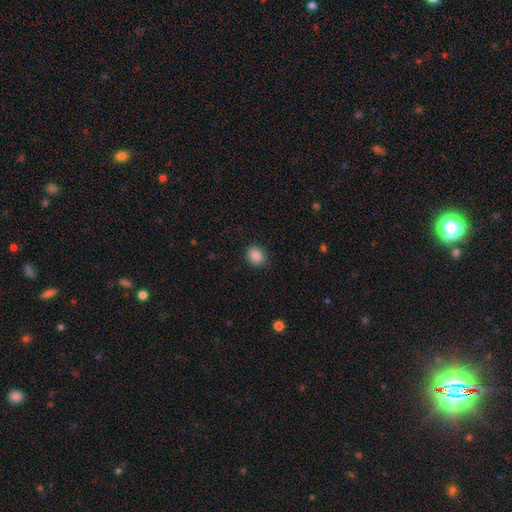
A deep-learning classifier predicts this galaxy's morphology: smooth 88%, star or artifact 9%, featured or disk 3%. Down the decision tree: how rounded — round (65%); merging — none (86%).